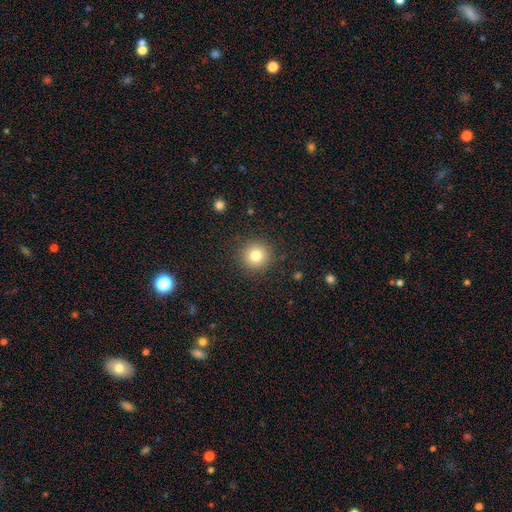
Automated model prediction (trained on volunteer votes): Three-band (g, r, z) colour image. It shows a smooth galaxy with no disk features (80%) that is round (95%). Merging: none (89%).